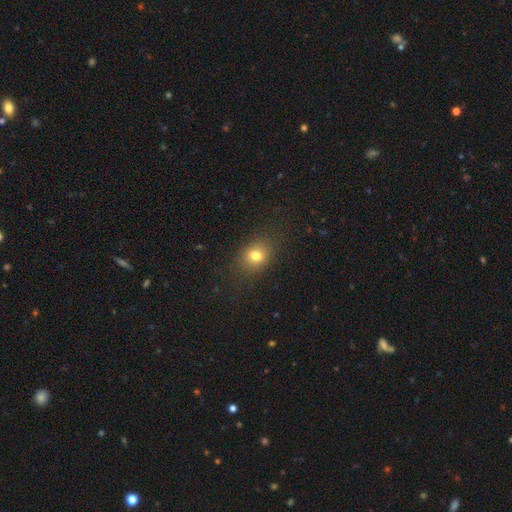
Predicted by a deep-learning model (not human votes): smooth-or-featured: smooth: 76% | star or artifact: 14% | featured or disk: 10%
  how-rounded: round: 52% | in between: 47% | cigar-shaped: 1%
  merging: none: 82% | minor disturbance: 11% | major disturbance: 5% | merger: 1%